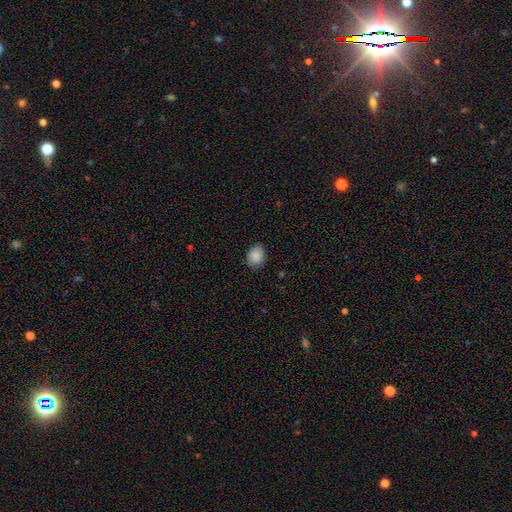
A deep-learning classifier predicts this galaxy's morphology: This is clearly a smooth galaxy (87%). How rounded: possibly in between (59%). Merging: clearly none (84%).